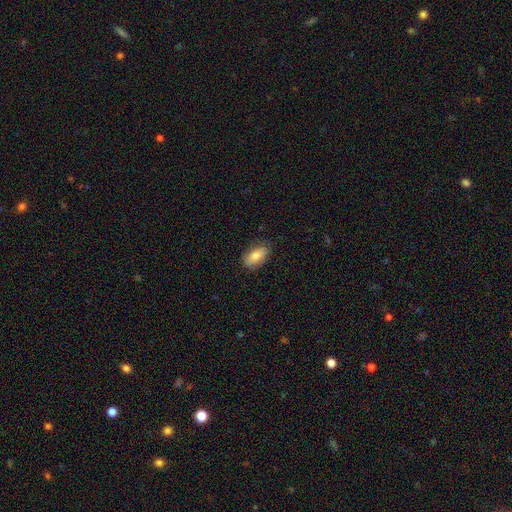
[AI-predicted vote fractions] Smooth or featured? Predicted: smooth (p=0.78). How rounded? Predicted: in between (p=0.90). Merging? Predicted: none (p=0.78).